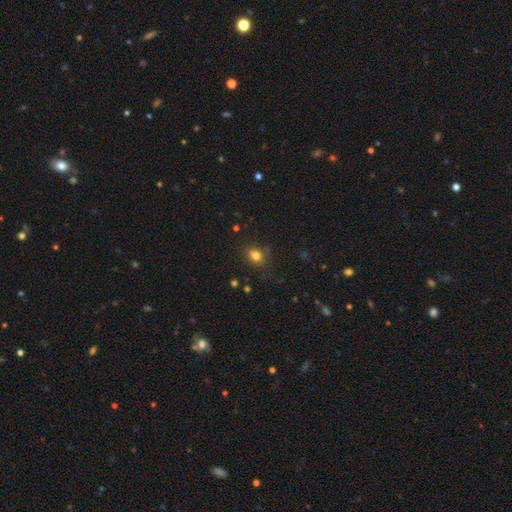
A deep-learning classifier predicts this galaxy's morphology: Smooth or featured?
  - smooth: 79% *
  - star or artifact: 14%
  - featured or disk: 7%
How rounded?
  - round: 62% *
  - in between: 37%
  - cigar-shaped: 1%
Merging?
  - none: 77% *
  - minor disturbance: 14%
  - merger: 5%
  - major disturbance: 4%